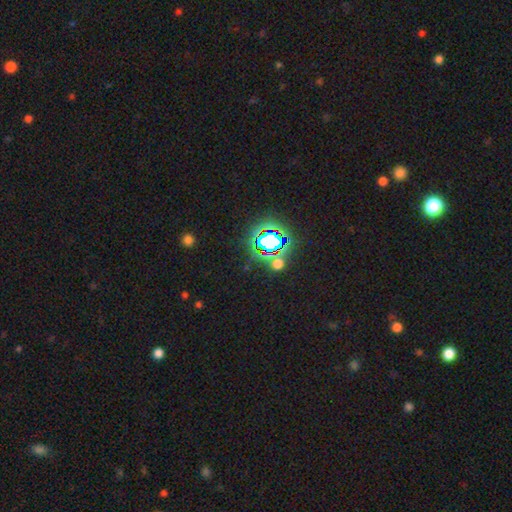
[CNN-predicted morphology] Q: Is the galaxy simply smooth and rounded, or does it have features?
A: star or artifact — 78%.